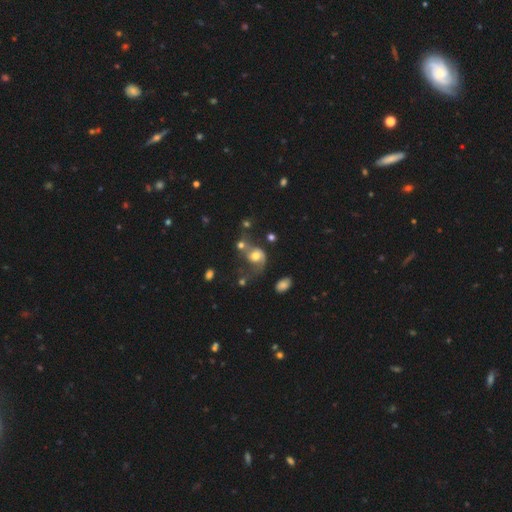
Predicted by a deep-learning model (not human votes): smooth-or-featured: featured or disk: 49% | smooth: 39% | star or artifact: 11%
  merging: major disturbance: 31% | merger: 29% | none: 24% | minor disturbance: 16%